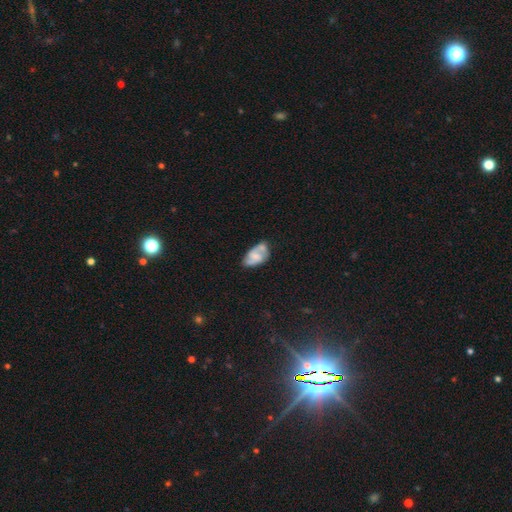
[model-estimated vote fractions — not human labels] Smooth or featured?
  - featured or disk: 55% *
  - smooth: 37%
  - star or artifact: 8%
Edge-on disk?
  - no: 96% *
  - yes: 4%
Bar?
  - no: 50% *
  - weak: 36%
  - strong: 14%
Spiral arms?
  - yes: 74% *
  - no: 26%
Bulge size?
  - none: 46% *
  - small: 24%
  - moderate: 20%
  - large: 8%
  - dominant: 2%
Merging?
  - none: 46% *
  - minor disturbance: 29%
  - merger: 13%
  - major disturbance: 13%